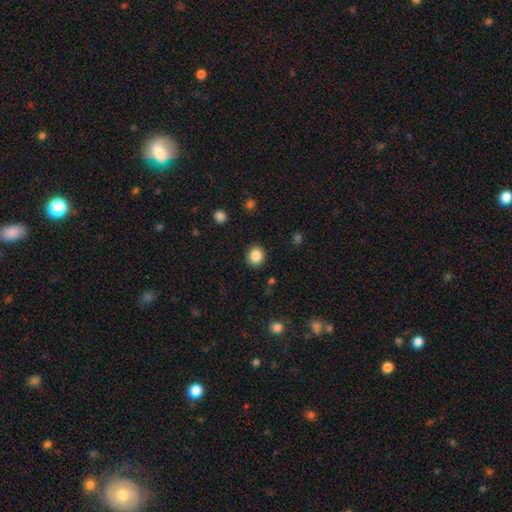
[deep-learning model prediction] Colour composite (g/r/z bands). It shows a smooth galaxy with no disk features (86%) that is round (87%). Merging: none (90%).